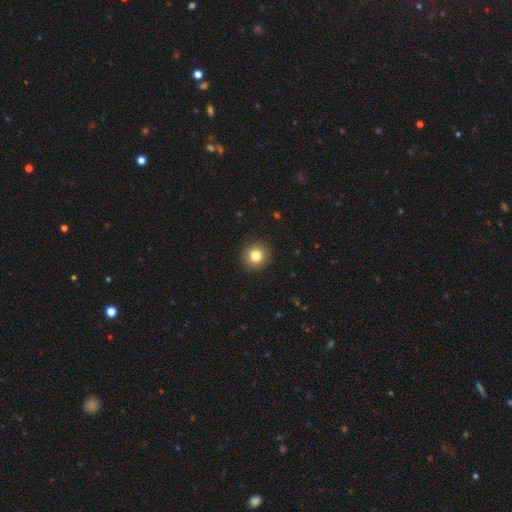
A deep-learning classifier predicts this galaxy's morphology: Overall: smooth (82%). How rounded: round (93%). Merging: none (92%).